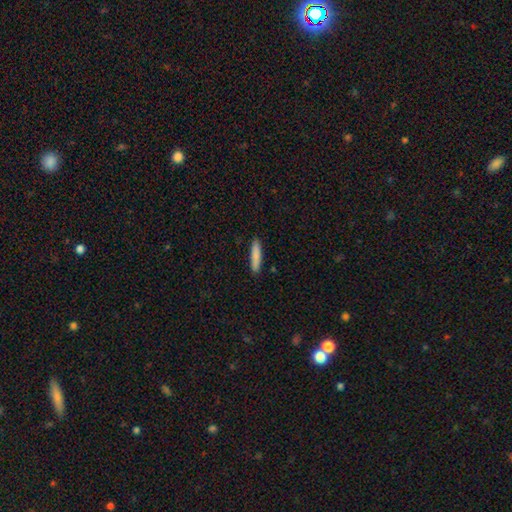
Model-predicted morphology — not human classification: Smooth or featured? smooth (85%)
How rounded? cigar-shaped (88%)
Merging? none (90%)